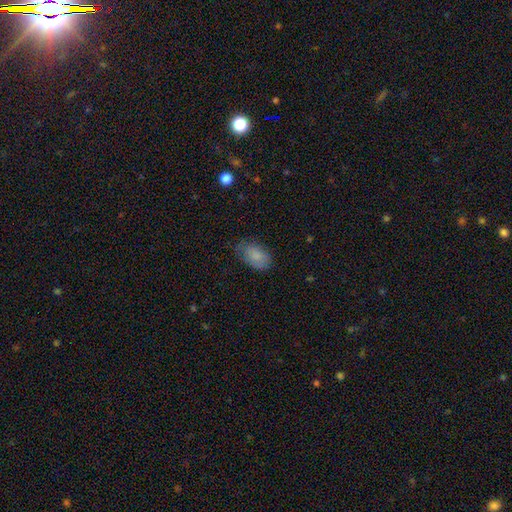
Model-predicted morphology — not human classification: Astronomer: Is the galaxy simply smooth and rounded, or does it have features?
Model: smooth — 83%.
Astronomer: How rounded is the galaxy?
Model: in between — 91%.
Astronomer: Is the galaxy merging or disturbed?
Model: none — 66%.